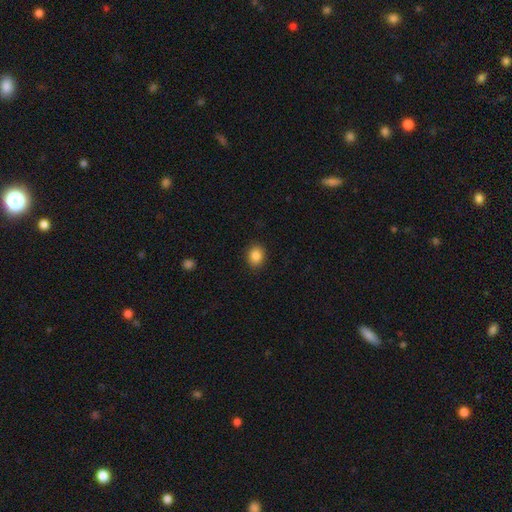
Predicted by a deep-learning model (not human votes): The model was most divided on "how rounded": round: 50%, in between: 49%, cigar-shaped: 1%. More confident: merging — none (89%); smooth or featured — smooth (86%).